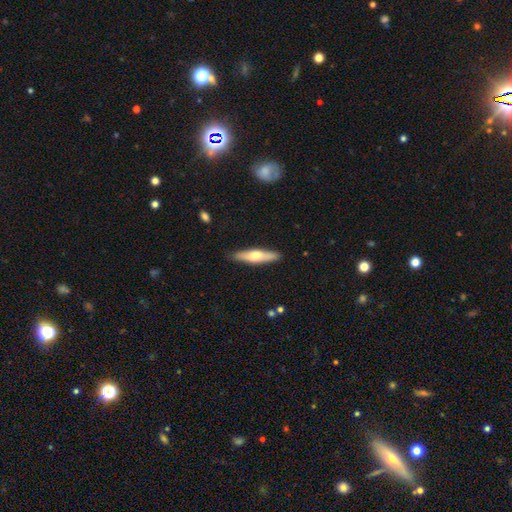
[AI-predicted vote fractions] This is possibly a smooth galaxy (52%). How rounded: likely cigar-shaped (77%). Merging: clearly none (88%).